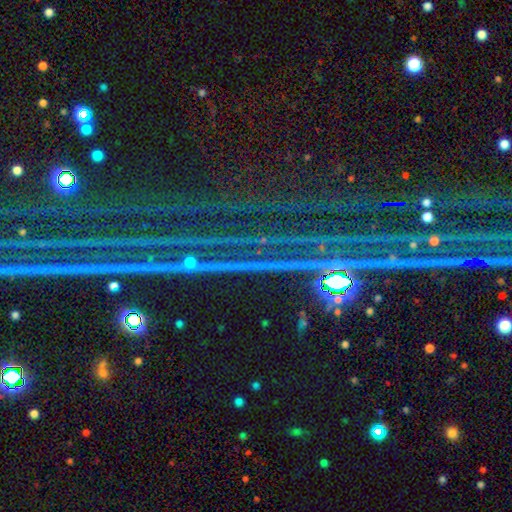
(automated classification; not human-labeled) Smooth or featured?
  - star or artifact: 86% *
  - featured or disk: 8%
  - smooth: 6%